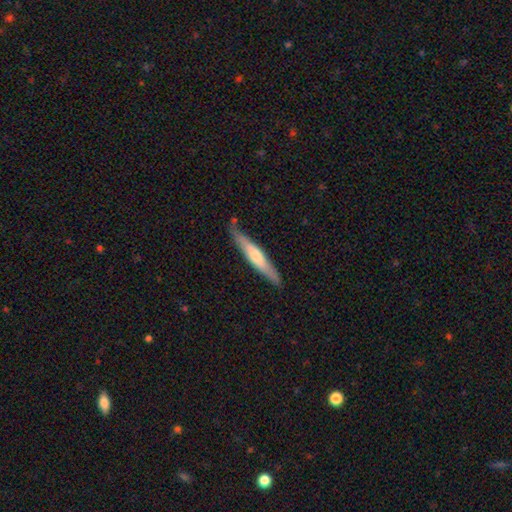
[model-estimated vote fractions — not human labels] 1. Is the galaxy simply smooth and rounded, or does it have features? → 50% featured or disk, 45% smooth, 5% star or artifact.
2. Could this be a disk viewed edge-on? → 90% yes, 10% no.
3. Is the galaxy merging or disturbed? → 80% none, 16% minor disturbance, 3% major disturbance, 2% merger.